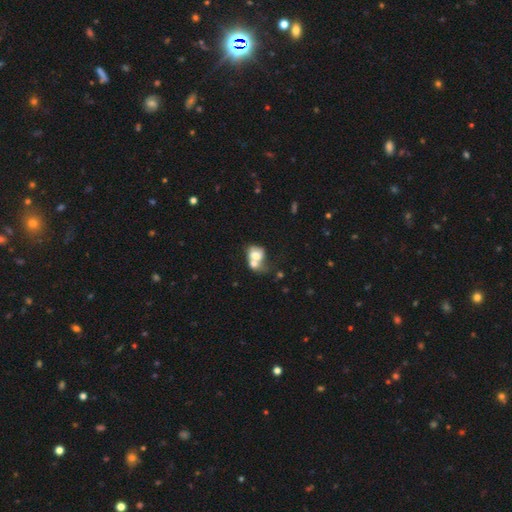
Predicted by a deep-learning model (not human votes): smooth_or_featured: smooth (p=0.61) [alt: featured or disk p=0.29]
how_rounded: in between (p=0.57) [alt: round p=0.42]
merging: merger (p=0.67) [alt: none p=0.14]